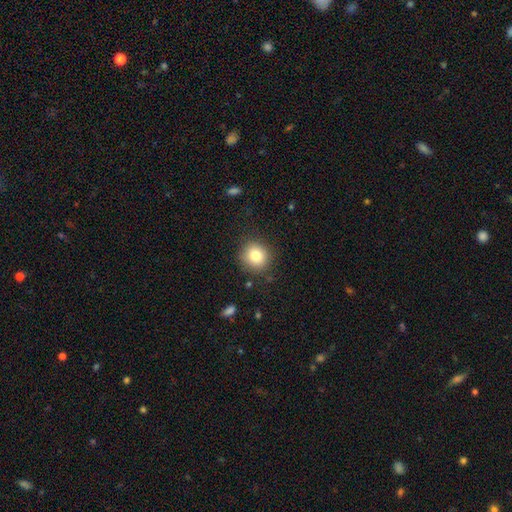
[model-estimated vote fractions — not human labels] Morphology: type=smooth (81%); roundness=round (87%); merging=none (86%).